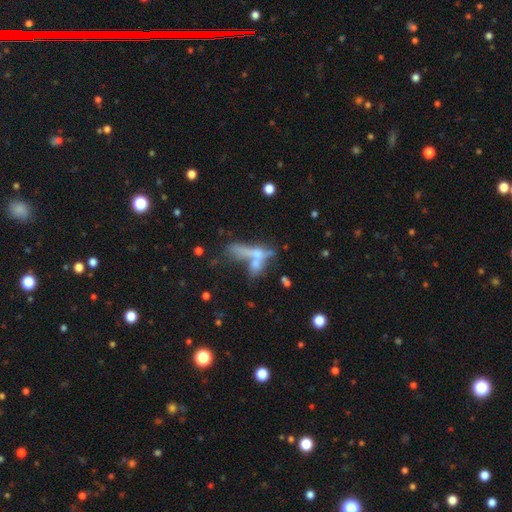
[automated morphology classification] smooth 48%, featured or disk 39%, star or artifact 13%. Down the decision tree: merging — merger (50%).